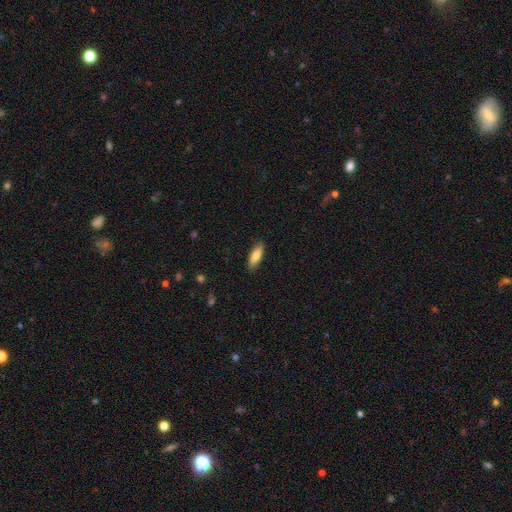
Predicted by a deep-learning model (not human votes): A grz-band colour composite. It shows a smooth galaxy with no disk features (76%) that is in between round and cigar-shaped (56%). Merging: none (87%).